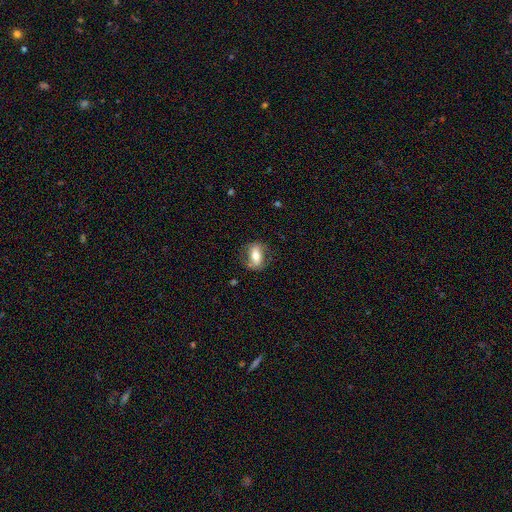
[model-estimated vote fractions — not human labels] Q: Smooth or featured?
A: smooth (56%); runner-up: featured or disk (37%)
Q: How rounded?
A: in between (77%); runner-up: round (12%)
Q: Merging?
A: none (74%); runner-up: minor disturbance (17%)